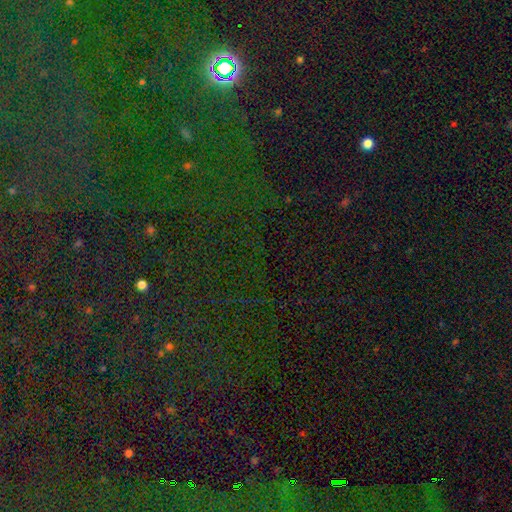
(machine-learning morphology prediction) Overall: star or artifact (81%).